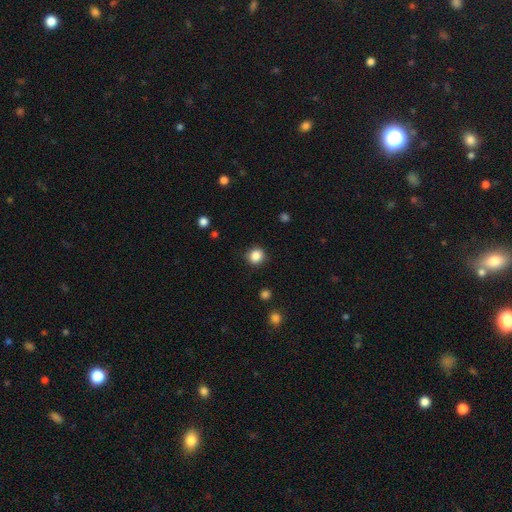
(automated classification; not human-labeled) Q: Smooth or featured?
A: smooth (86%); runner-up: star or artifact (10%)
Q: How rounded?
A: round (88%); runner-up: in between (11%)
Q: Merging?
A: none (89%); runner-up: minor disturbance (8%)